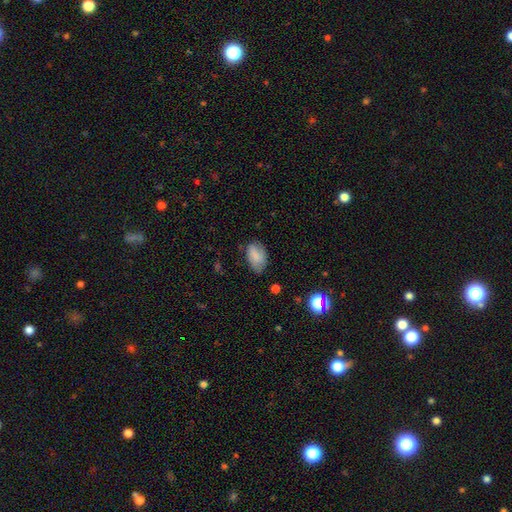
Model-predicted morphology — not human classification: This is likely a smooth galaxy (79%). How rounded: clearly in between (90%). Merging: possibly none (60%).